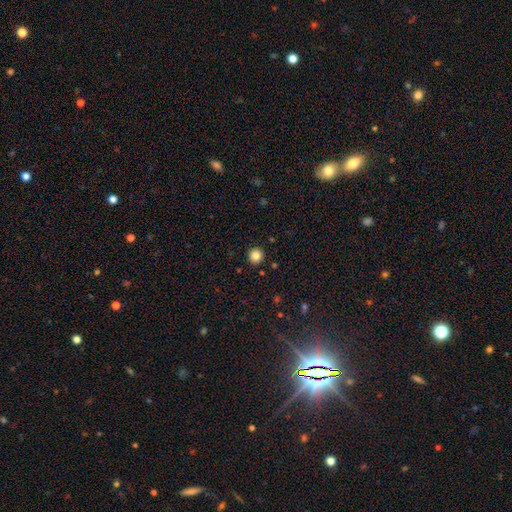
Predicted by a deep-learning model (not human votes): Morphology: type=smooth (84%); roundness=round (93%); merging=none (92%).